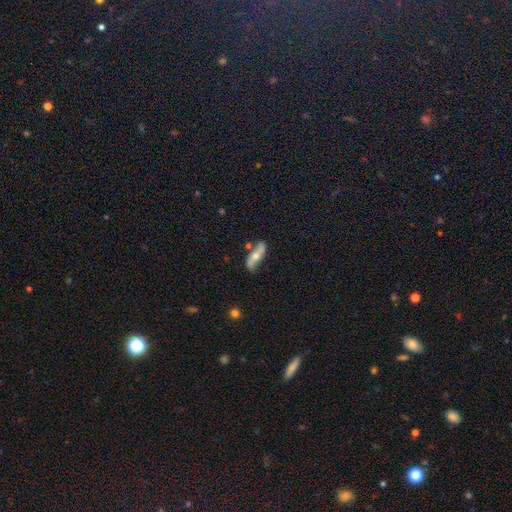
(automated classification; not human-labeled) smooth_or_featured: featured or disk (p=0.53) [alt: smooth p=0.41]
disk_edge_on: no (p=0.70) [alt: yes p=0.30]
merging: none (p=0.71) [alt: minor disturbance p=0.19]